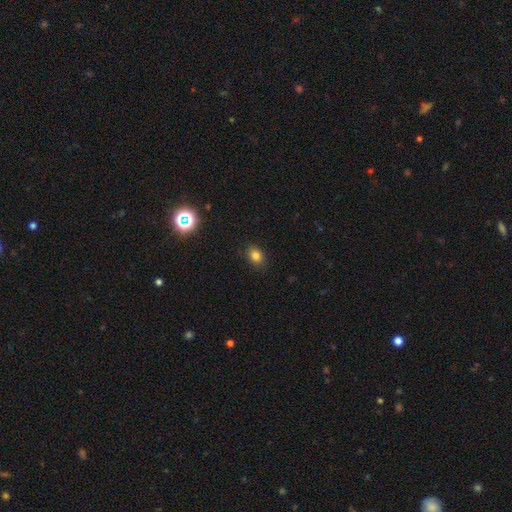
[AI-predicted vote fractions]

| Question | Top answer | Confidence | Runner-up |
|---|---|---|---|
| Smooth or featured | smooth | 81% | star or artifact (13%) |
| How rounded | in between | 63% | round (36%) |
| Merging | none | 86% | minor disturbance (10%) |